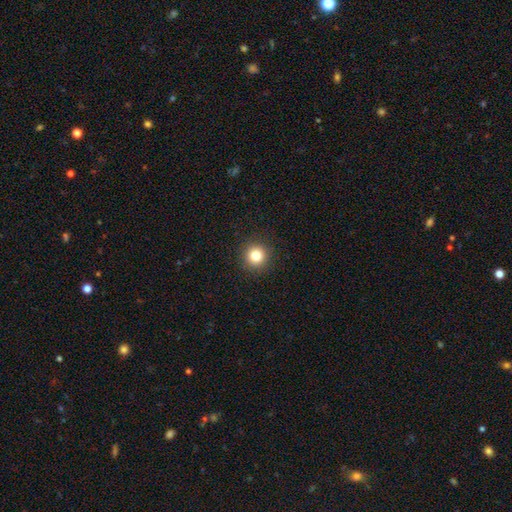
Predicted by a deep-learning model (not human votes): The model was most divided on "smooth or featured": smooth: 82%, star or artifact: 12%, featured or disk: 6%. More confident: how rounded — round (95%); merging — none (93%).